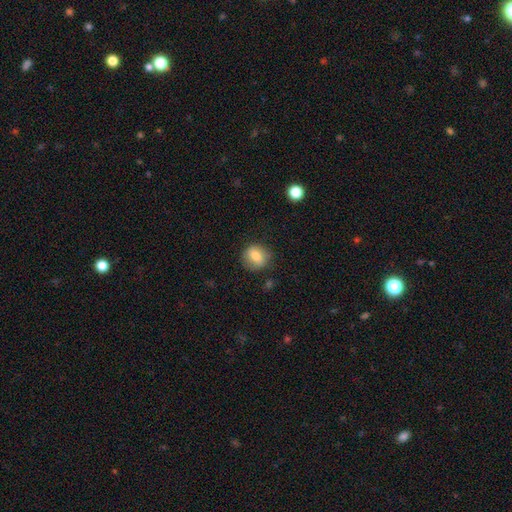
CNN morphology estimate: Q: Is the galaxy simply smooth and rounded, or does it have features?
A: smooth — 78%.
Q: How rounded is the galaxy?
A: round — 75%.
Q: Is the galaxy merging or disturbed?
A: none — 79%.